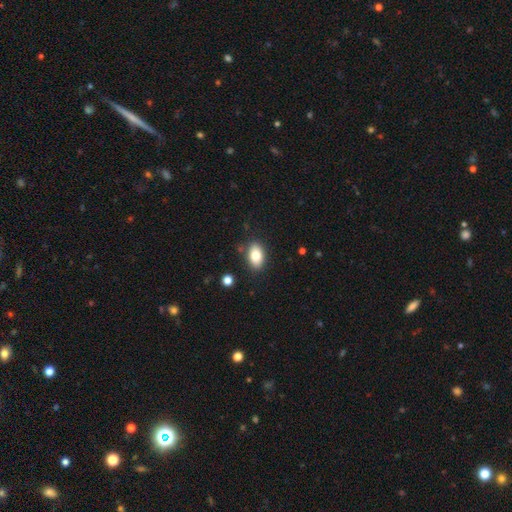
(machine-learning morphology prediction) This is clearly a smooth galaxy (81%). How rounded: clearly in between (89%). Merging: clearly none (84%).